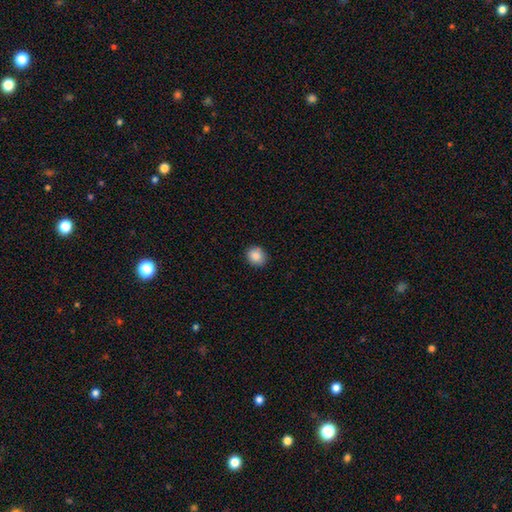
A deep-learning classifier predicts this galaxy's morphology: A smooth galaxy with no disk features (87%) that is round (74%). Merging: none (88%).